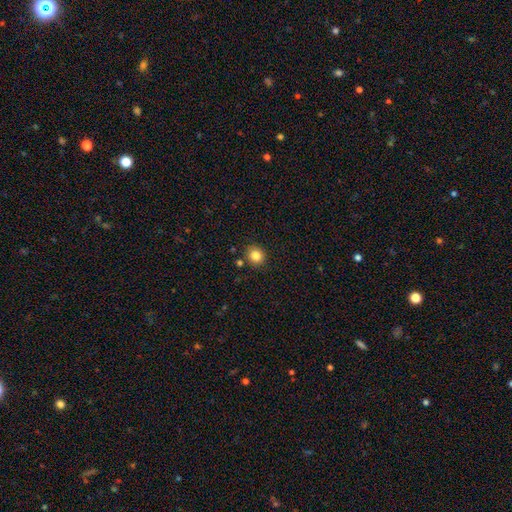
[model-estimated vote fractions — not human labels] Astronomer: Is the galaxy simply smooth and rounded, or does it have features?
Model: smooth — 84%.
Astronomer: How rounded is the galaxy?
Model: round — 82%.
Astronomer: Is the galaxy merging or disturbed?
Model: none — 86%.